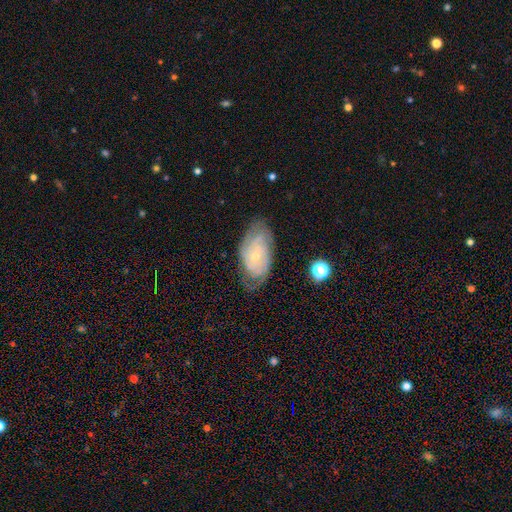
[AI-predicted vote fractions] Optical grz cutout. It shows a featured or disk galaxy (73%) with no bar (74%), tight (62%) spiral arms (90%) and a small central bulge (76%). Merging: none (67%).